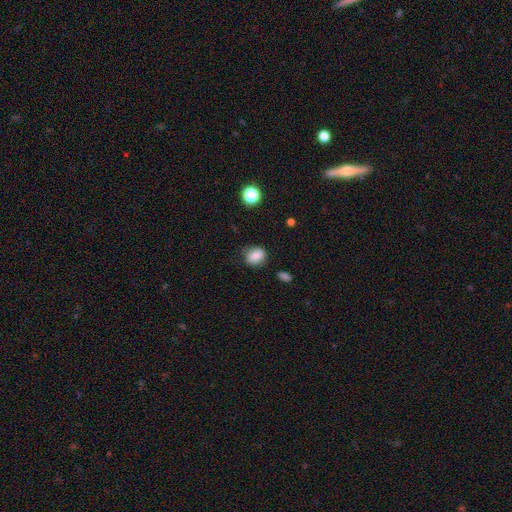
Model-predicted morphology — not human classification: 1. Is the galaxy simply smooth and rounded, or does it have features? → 83% smooth, 9% star or artifact, 8% featured or disk.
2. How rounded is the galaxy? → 55% in between, 44% round, 1% cigar-shaped.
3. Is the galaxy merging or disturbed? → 72% none, 19% minor disturbance, 6% major disturbance, 2% merger.